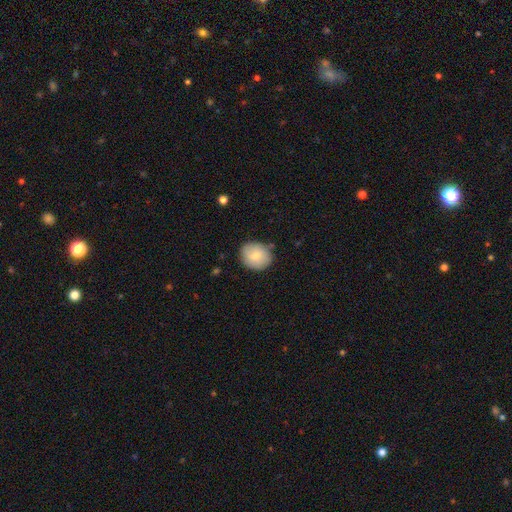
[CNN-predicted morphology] smooth-or-featured: smooth: 78% | featured or disk: 15% | star or artifact: 7%
  how-rounded: round: 72% | in between: 27% | cigar-shaped: 1%
  merging: none: 77% | minor disturbance: 18% | major disturbance: 3% | merger: 2%